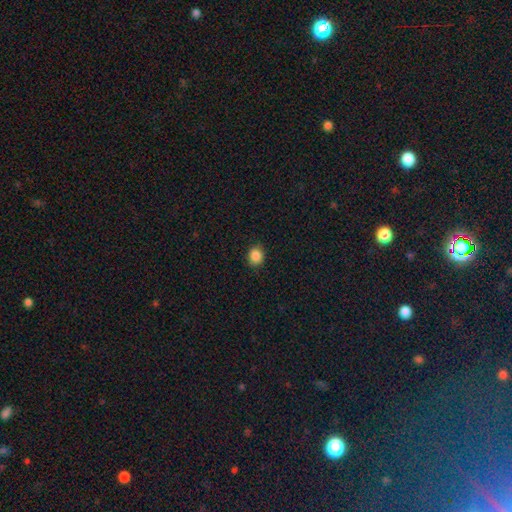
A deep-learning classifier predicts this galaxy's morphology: Q: Smooth or featured?
A: smooth (87%); runner-up: star or artifact (10%)
Q: How rounded?
A: round (65%); runner-up: in between (34%)
Q: Merging?
A: none (89%); runner-up: minor disturbance (8%)